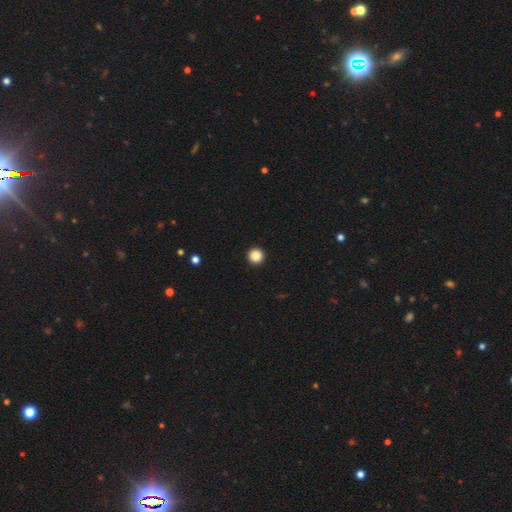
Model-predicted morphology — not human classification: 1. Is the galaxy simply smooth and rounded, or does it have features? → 87% smooth, 10% star or artifact, 3% featured or disk.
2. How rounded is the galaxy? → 97% round, 2% in between, 1% cigar-shaped.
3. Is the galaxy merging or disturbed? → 94% none, 3% minor disturbance, 1% major disturbance, 1% merger.